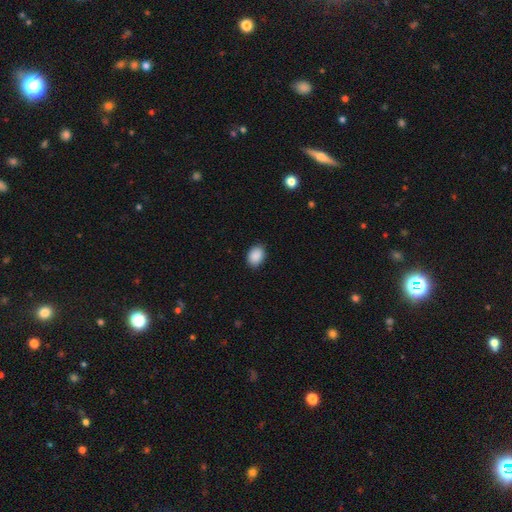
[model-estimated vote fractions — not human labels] smooth 90%, star or artifact 7%, featured or disk 2%. Down the decision tree: how rounded — in between (74%); merging — none (88%).